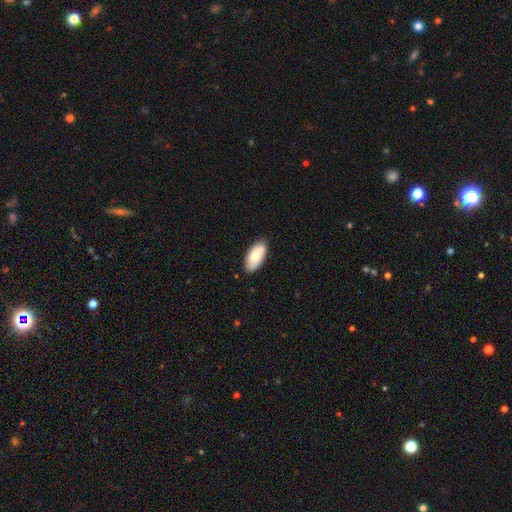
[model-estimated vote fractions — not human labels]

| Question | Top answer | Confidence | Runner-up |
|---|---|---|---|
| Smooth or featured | smooth | 75% | featured or disk (19%) |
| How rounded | in between | 93% | cigar-shaped (5%) |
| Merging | none | 86% | minor disturbance (11%) |